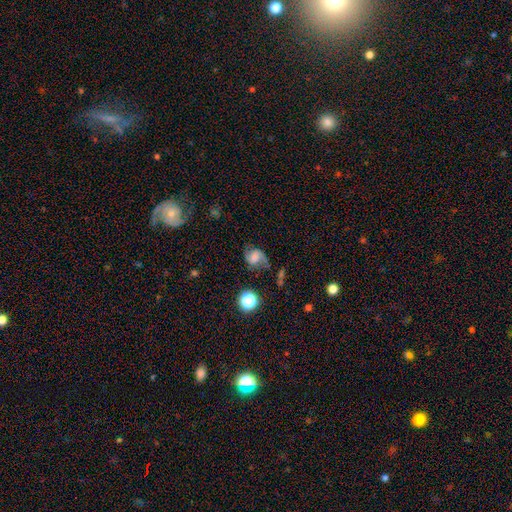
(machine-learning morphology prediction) Smooth or featured? Predicted: featured or disk (p=0.64). Edge-on disk? Predicted: no (p=0.98). Bar? Predicted: no (p=0.50). Spiral arms? Predicted: yes (p=0.93). Spiral winding? Predicted: loose (p=0.45). Spiral arm count? Predicted: 2 (p=0.83). Bulge size? Predicted: none (p=0.30). Merging? Predicted: none (p=0.58).